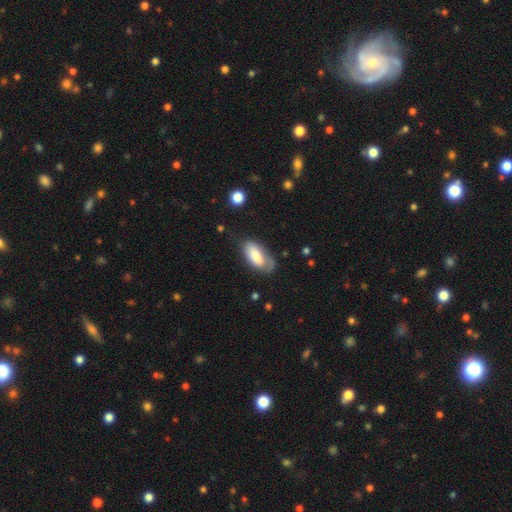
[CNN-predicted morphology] smooth 74%, featured or disk 19%, star or artifact 6%. Down the decision tree: how rounded — in between (87%); merging — none (56%).